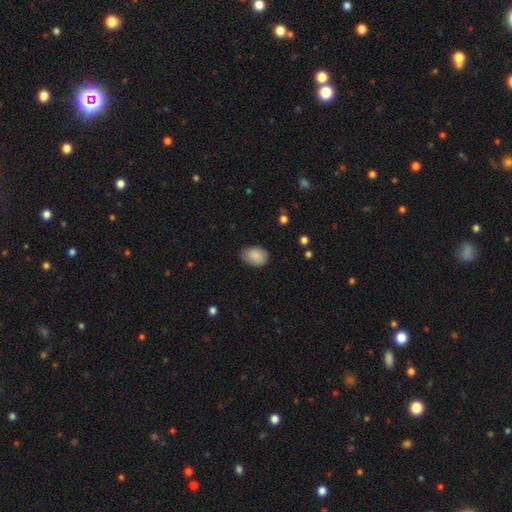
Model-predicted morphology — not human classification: Smooth or featured? smooth (87%)
How rounded? in between (82%)
Merging? none (77%)